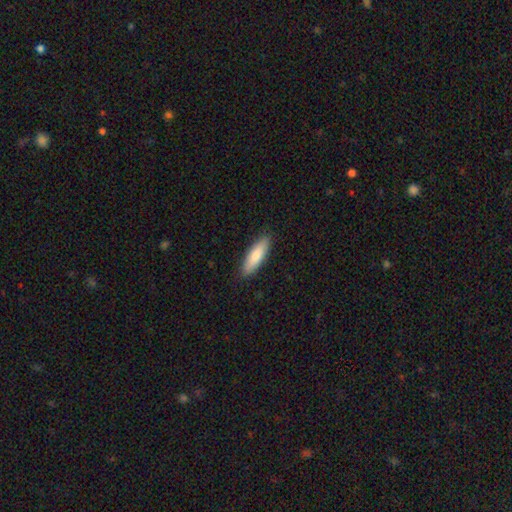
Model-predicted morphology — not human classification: smooth_or_featured: smooth (p=0.80) [alt: featured or disk p=0.15]
how_rounded: cigar-shaped (p=0.53) [alt: in between p=0.45]
merging: none (p=0.88) [alt: minor disturbance p=0.09]